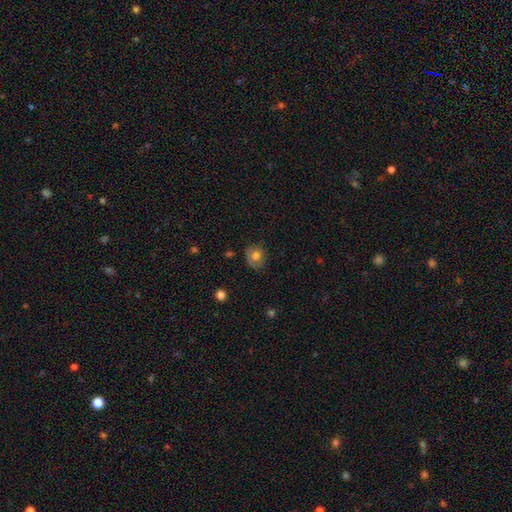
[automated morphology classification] smooth 72%, featured or disk 18%, star or artifact 10%. Down the decision tree: how rounded — round (70%); merging — none (67%).